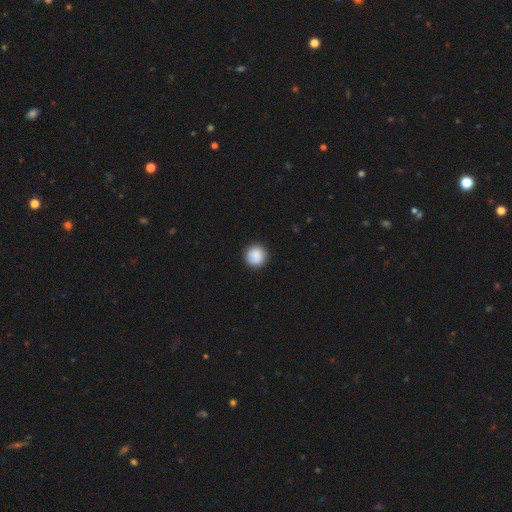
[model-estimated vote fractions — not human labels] smooth-or-featured: smooth: 85% | star or artifact: 8% | featured or disk: 7%
  how-rounded: round: 95% | in between: 4% | cigar-shaped: 1%
  merging: none: 89% | minor disturbance: 8% | major disturbance: 2% | merger: 1%